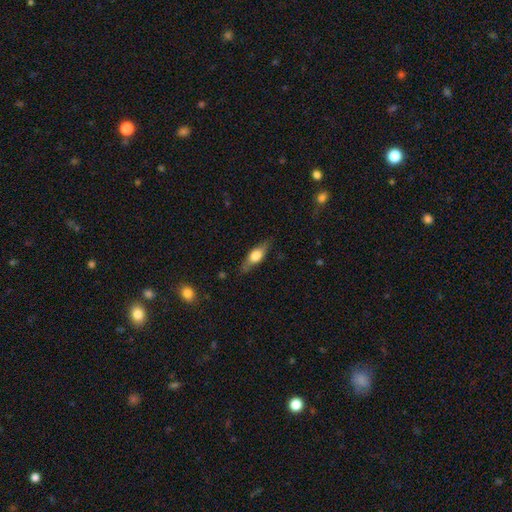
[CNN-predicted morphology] type=smooth (52%); roundness=in between (56%); merging=none (78%).